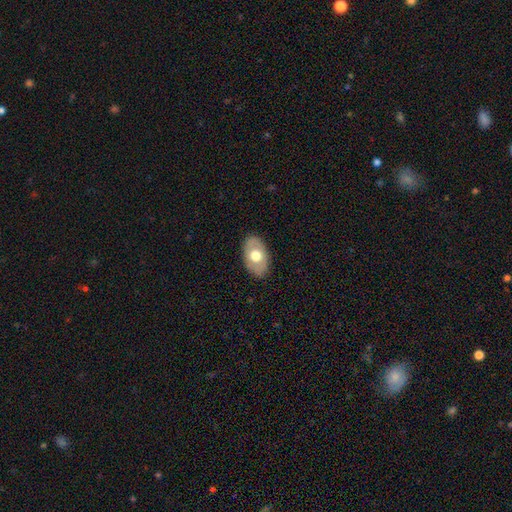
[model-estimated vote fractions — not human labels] Overall: smooth (57%; featured or disk 37%). How rounded: in between (89%). Merging: none (84%).